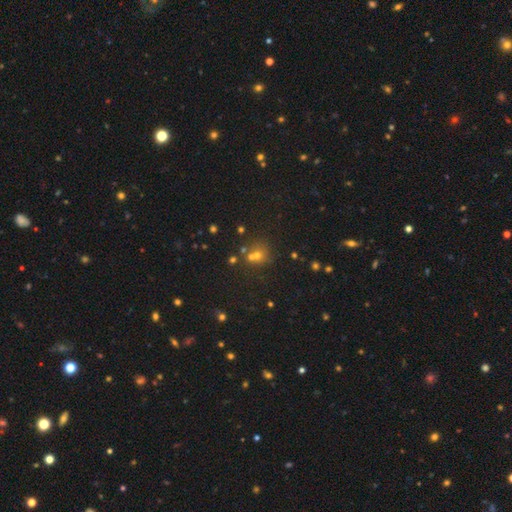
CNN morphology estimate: A smooth galaxy with no disk features (54%) that is round (82%). Merging: none (56%).